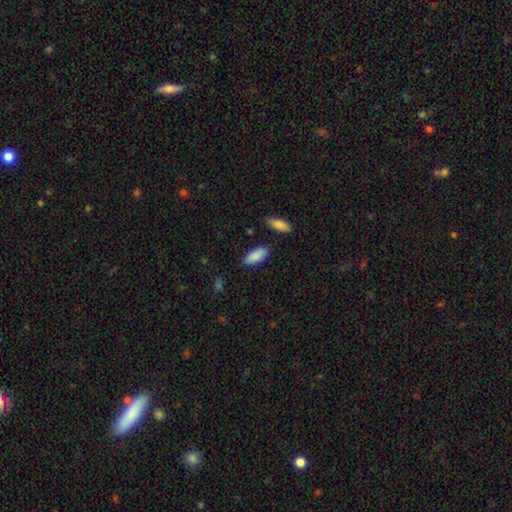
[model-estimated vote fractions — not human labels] Q: Smooth or featured?
A: smooth (89%); runner-up: star or artifact (6%)
Q: How rounded?
A: in between (87%); runner-up: cigar-shaped (11%)
Q: Merging?
A: none (83%); runner-up: minor disturbance (12%)